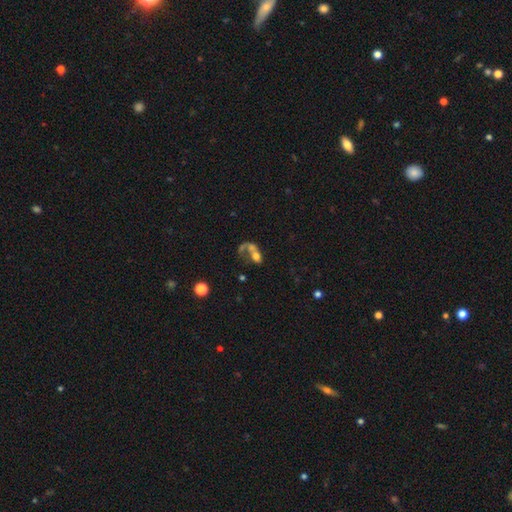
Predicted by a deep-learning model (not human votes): Q: Smooth or featured?
A: featured or disk (44%); runner-up: smooth (36%)
Q: Merging?
A: merger (49%); runner-up: major disturbance (22%)